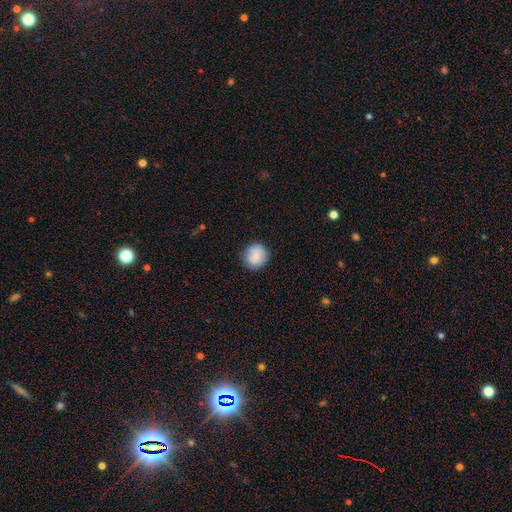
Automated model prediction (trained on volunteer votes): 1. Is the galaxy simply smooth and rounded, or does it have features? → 83% smooth, 9% featured or disk, 8% star or artifact.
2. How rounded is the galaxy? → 88% round, 11% in between, 1% cigar-shaped.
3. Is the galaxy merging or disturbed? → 82% none, 14% minor disturbance, 3% major disturbance, 1% merger.